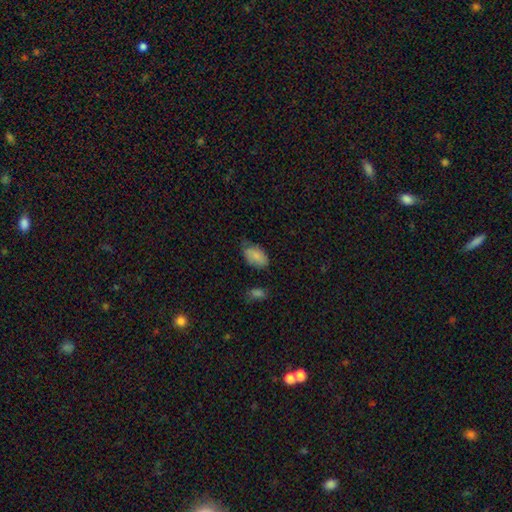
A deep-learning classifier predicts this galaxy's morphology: Smooth or featured? smooth (84%)
How rounded? in between (93%)
Merging? none (56%)